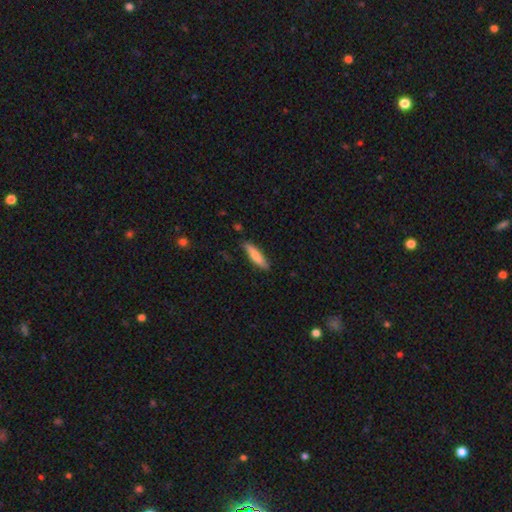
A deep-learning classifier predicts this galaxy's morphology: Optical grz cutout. It shows a smooth galaxy with no disk features (75%) that is cigar-shaped (77%). Merging: none (84%).